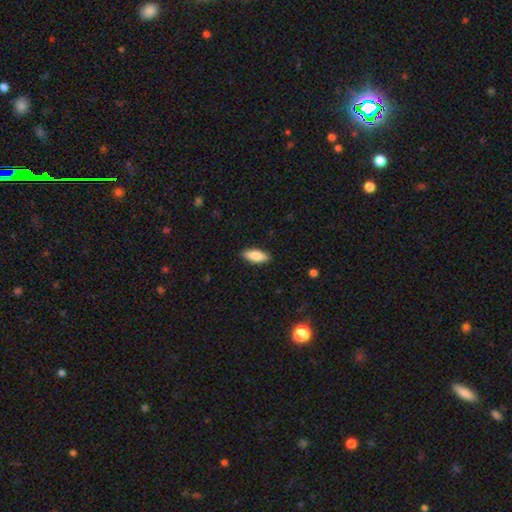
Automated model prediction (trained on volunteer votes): smooth_or_featured: smooth (p=0.80) [alt: featured or disk p=0.14]
how_rounded: in between (p=0.75) [alt: cigar-shaped p=0.23]
merging: none (p=0.89) [alt: minor disturbance p=0.08]